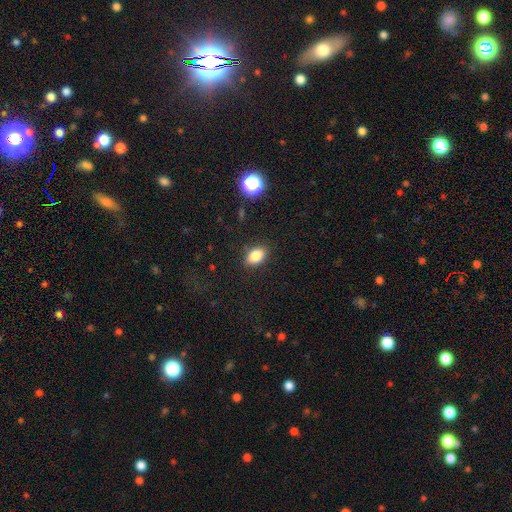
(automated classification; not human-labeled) Q: Smooth or featured?
A: smooth (83%); runner-up: star or artifact (10%)
Q: How rounded?
A: in between (85%); runner-up: round (13%)
Q: Merging?
A: none (87%); runner-up: minor disturbance (10%)